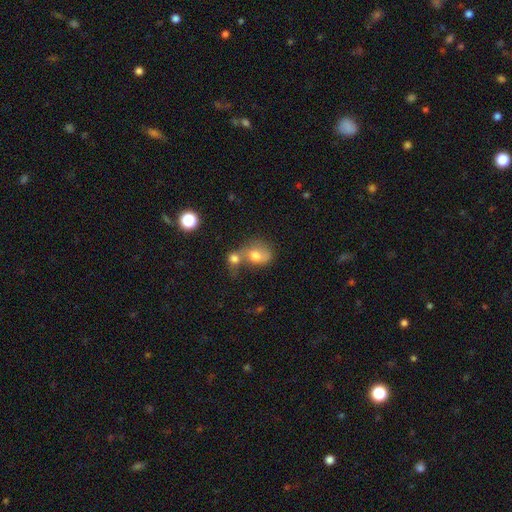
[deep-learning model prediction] The model was most divided on "how rounded": round: 51%, in between: 47%, cigar-shaped: 1%. More confident: smooth or featured — smooth (67%); merging — merger (59%).